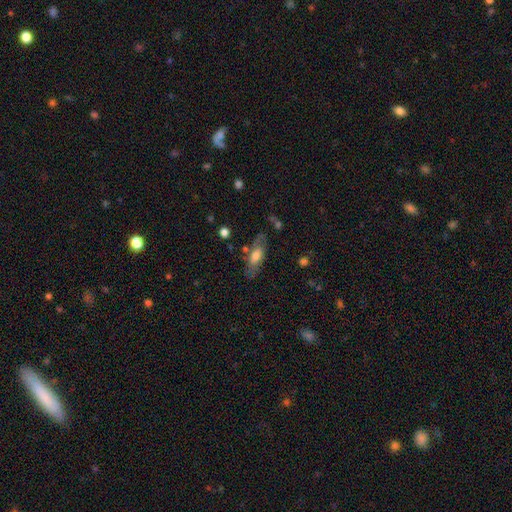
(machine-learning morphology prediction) type=smooth (52%); roundness=in between (74%); merging=none (69%).